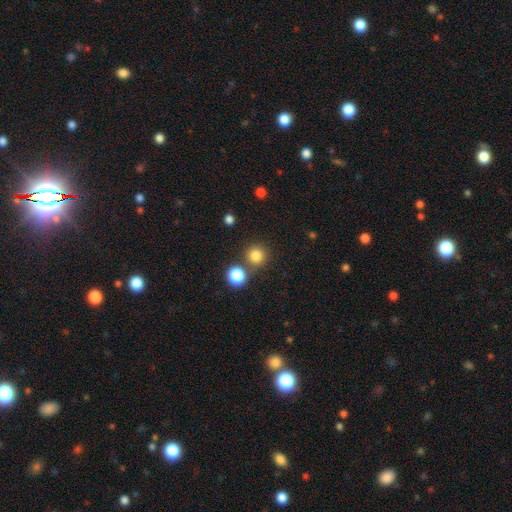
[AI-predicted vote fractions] smooth_or_featured: smooth (p=0.81) [alt: star or artifact p=0.14]
how_rounded: round (p=0.93) [alt: in between p=0.06]
merging: none (p=0.78) [alt: merger p=0.12]